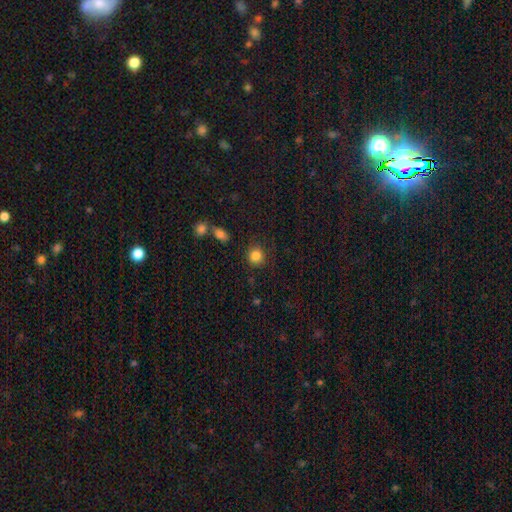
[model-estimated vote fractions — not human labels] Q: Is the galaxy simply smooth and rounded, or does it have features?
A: smooth — 85%.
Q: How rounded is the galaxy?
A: round — 89%.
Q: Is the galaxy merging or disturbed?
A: none — 85%.